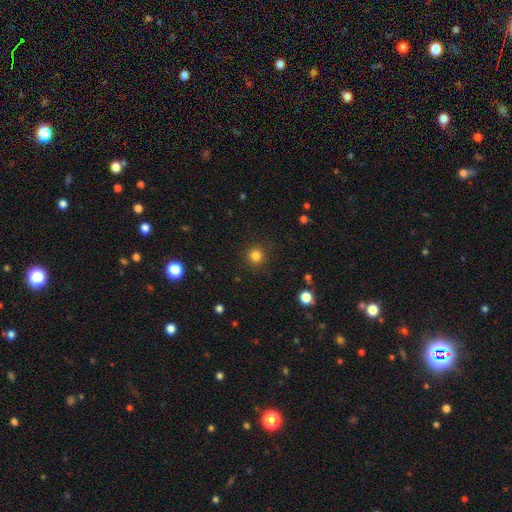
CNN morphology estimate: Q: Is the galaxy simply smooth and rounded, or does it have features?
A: smooth — 82%.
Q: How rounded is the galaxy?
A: round — 95%.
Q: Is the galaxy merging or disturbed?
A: none — 90%.